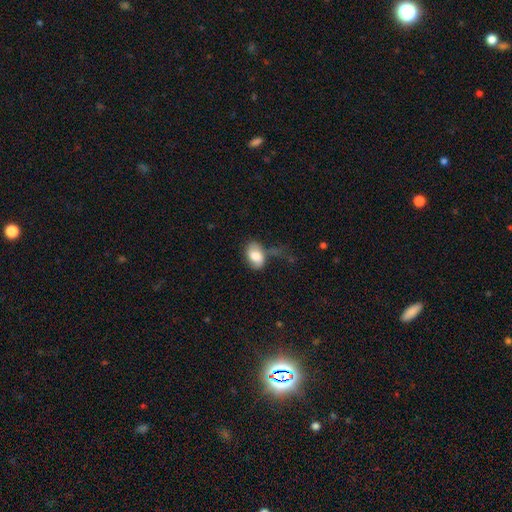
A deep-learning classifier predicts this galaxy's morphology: Q: Smooth or featured?
A: smooth (73%); runner-up: featured or disk (19%)
Q: How rounded?
A: in between (86%); runner-up: round (12%)
Q: Merging?
A: none (40%); runner-up: minor disturbance (30%)